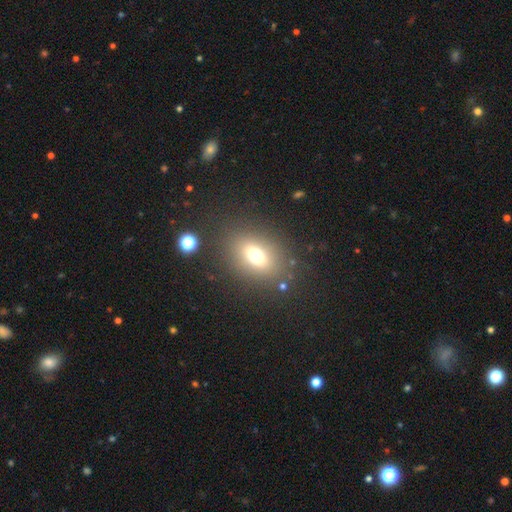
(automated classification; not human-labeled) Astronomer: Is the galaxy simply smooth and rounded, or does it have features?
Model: smooth — 69%.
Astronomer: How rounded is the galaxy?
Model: in between — 69%.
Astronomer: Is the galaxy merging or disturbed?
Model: none — 81%.